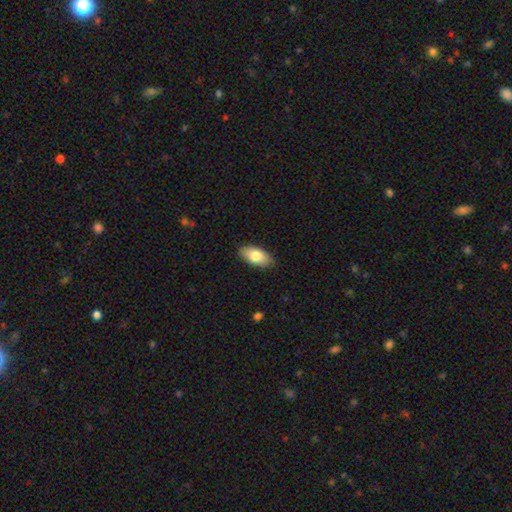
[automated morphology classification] Smooth or featured: smooth — 80% (featured or disk — 14%)
How rounded: in between — 91% (cigar-shaped — 5%)
Merging: none — 88% (minor disturbance — 9%)